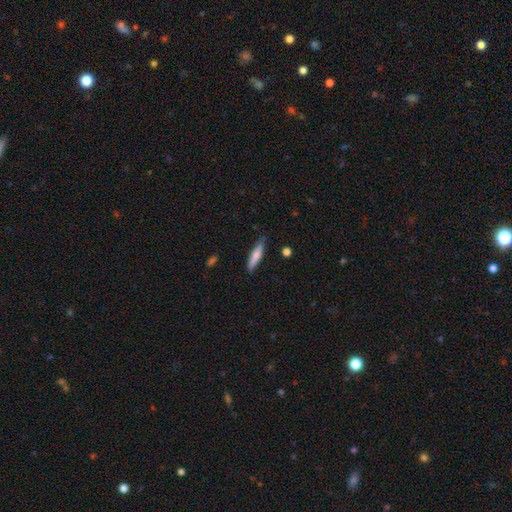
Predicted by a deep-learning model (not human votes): Smooth or featured? smooth (68%)
How rounded? cigar-shaped (86%)
Merging? none (83%)